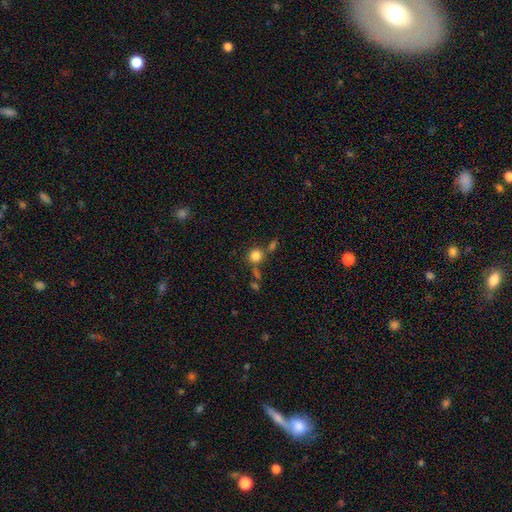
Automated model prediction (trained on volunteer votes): This is clearly a smooth galaxy (81%). How rounded: clearly round (89%). Merging: likely none (62%).